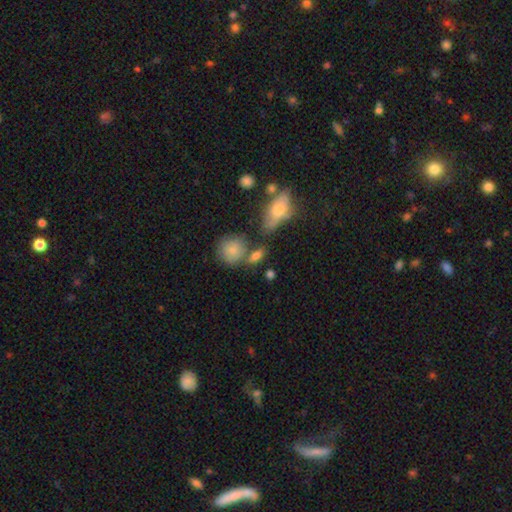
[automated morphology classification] A smooth galaxy with no disk features (74%) that is in between round and cigar-shaped (66%). Merging: none (59%).